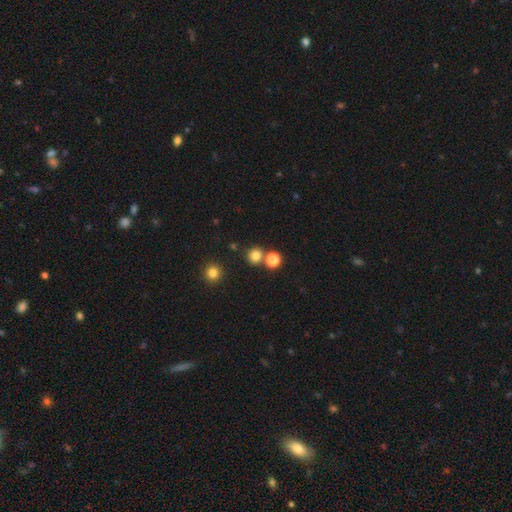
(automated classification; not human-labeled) Overall: smooth (79%). How rounded: round (90%). Merging: none (74%).